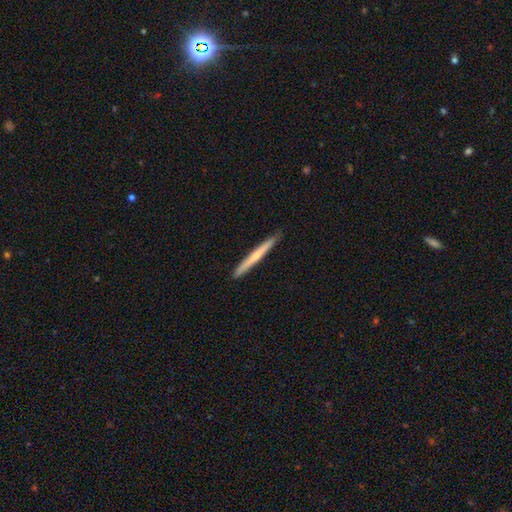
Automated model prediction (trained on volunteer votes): A smooth galaxy with no disk features (51%) that is cigar-shaped (97%). Merging: none (91%).